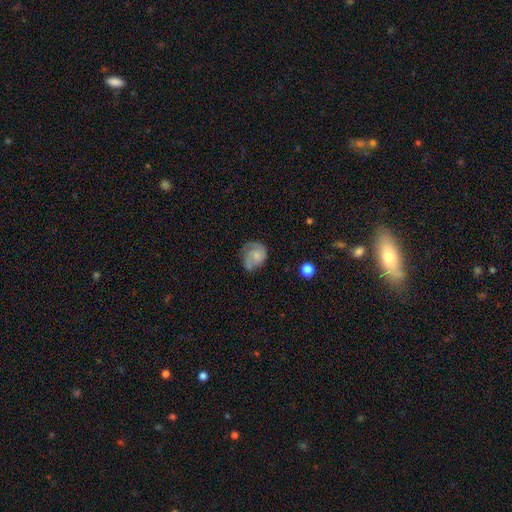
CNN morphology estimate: Overall: featured or disk (50%; smooth 42%). Edge-on disk: no (97%). Merging: none (45%; minor disturbance 30%).